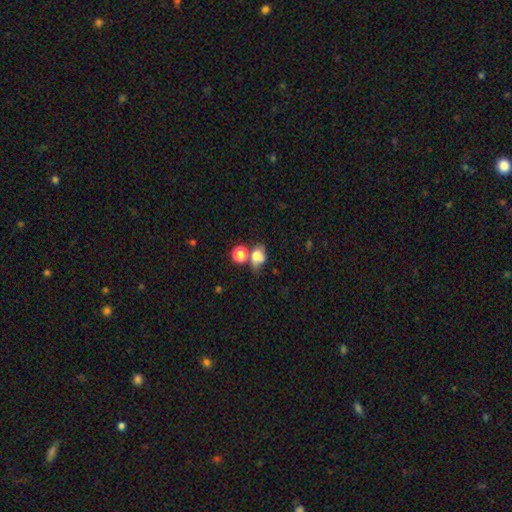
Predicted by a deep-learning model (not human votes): Smooth or featured?
  - smooth: 69% *
  - featured or disk: 17%
  - star or artifact: 14%
How rounded?
  - in between: 59% *
  - round: 39%
  - cigar-shaped: 2%
Merging?
  - none: 34% *
  - merger: 31%
  - minor disturbance: 20%
  - major disturbance: 14%